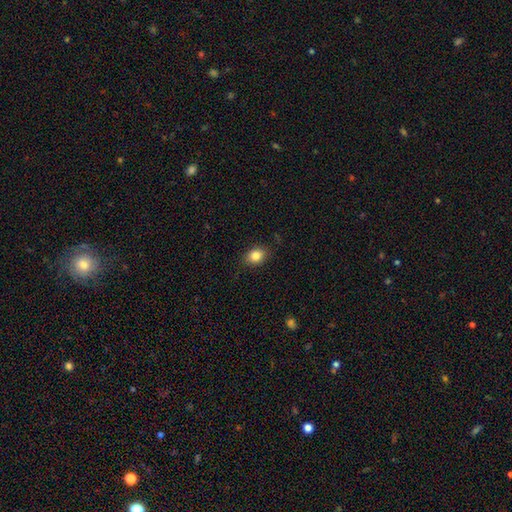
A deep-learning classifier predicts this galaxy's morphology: The model was most divided on "how rounded": in between: 63%, round: 36%, cigar-shaped: 1%. More confident: merging — none (85%); smooth or featured — smooth (84%).